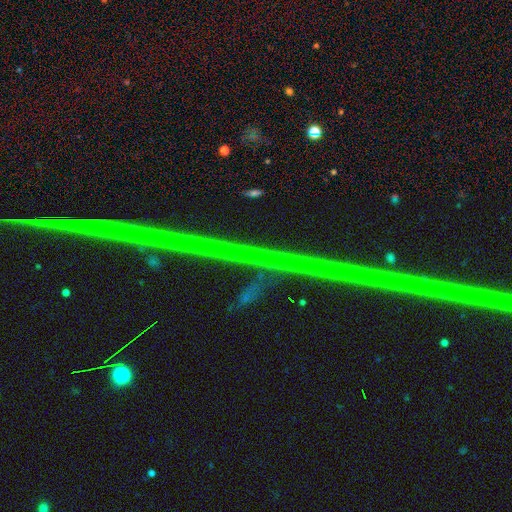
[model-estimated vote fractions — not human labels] smooth_or_featured: star or artifact (p=0.87) [alt: featured or disk p=0.09]